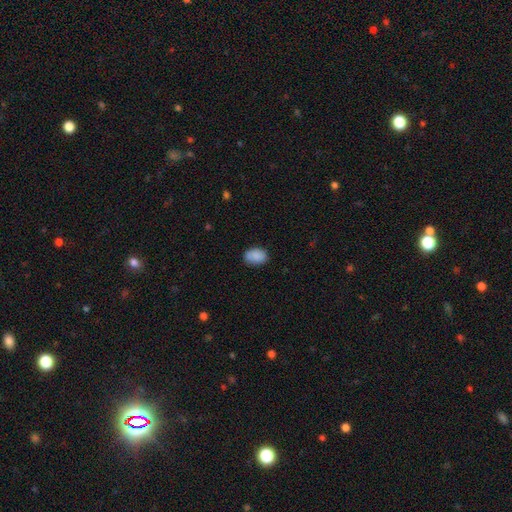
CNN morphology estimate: A smooth galaxy with no disk features (87%) that is in between round and cigar-shaped (79%). Merging: none (75%).